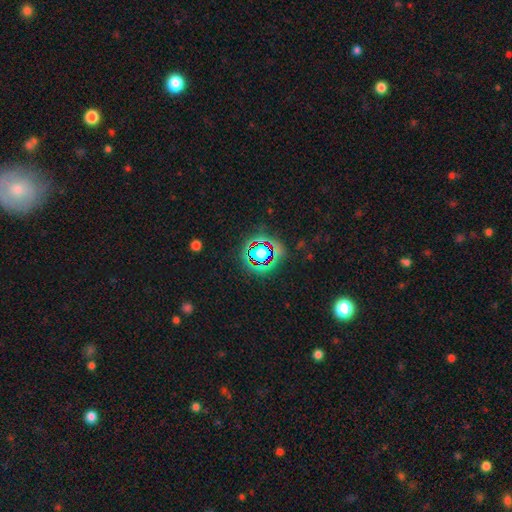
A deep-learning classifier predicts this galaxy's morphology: Q: Smooth or featured?
A: star or artifact (67%); runner-up: smooth (21%)